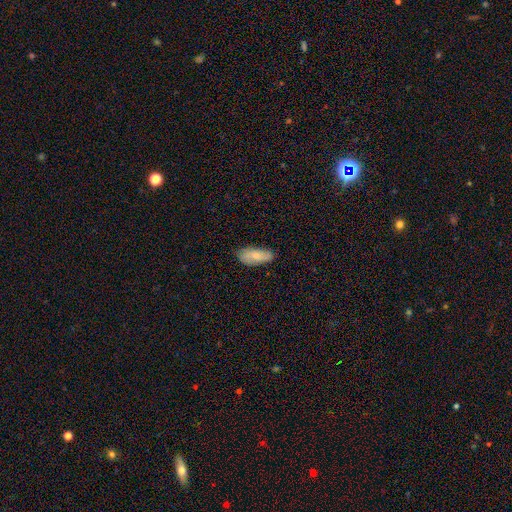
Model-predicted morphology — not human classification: Smooth or featured?
  - smooth: 73% *
  - featured or disk: 21%
  - star or artifact: 6%
How rounded?
  - in between: 87% *
  - cigar-shaped: 11%
  - round: 2%
Merging?
  - none: 76% *
  - minor disturbance: 19%
  - major disturbance: 3%
  - merger: 1%